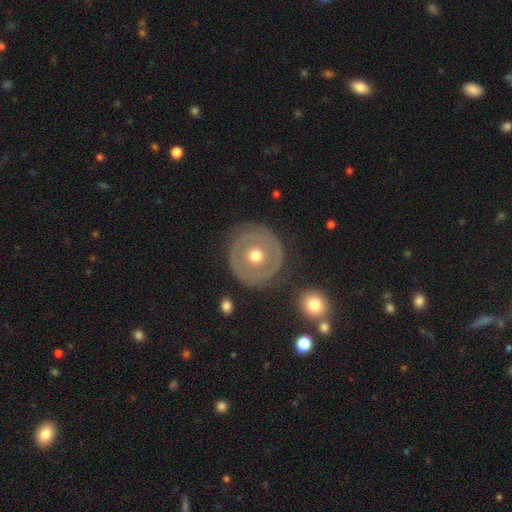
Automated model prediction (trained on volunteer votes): The model was most divided on "spiral arms": no: 63%, yes: 37%. More confident: edge-on disk — no (96%); bar — no (86%); merging — none (78%); bulge size — moderate (78%); smooth or featured — featured or disk (61%).